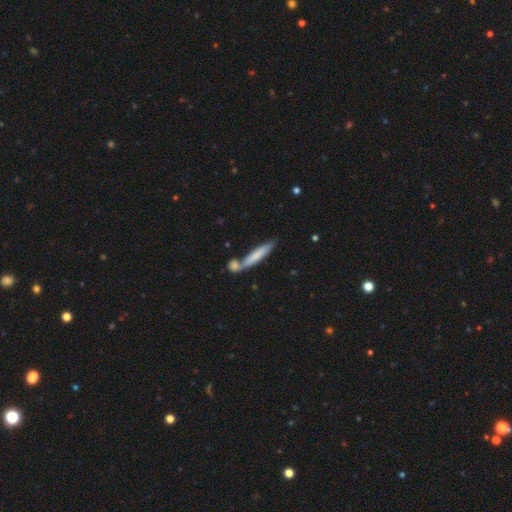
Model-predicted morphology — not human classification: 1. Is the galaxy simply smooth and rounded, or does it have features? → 70% smooth, 24% featured or disk, 6% star or artifact.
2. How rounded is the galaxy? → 90% cigar-shaped, 9% in between, 1% round.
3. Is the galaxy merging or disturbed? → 55% none, 29% merger, 13% minor disturbance, 4% major disturbance.